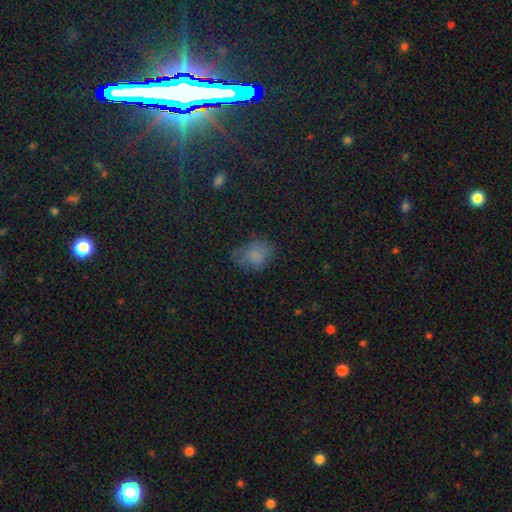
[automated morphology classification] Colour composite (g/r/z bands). It shows a smooth galaxy with no disk features (73%) that is in between round and cigar-shaped (68%). Merging: none (55%).